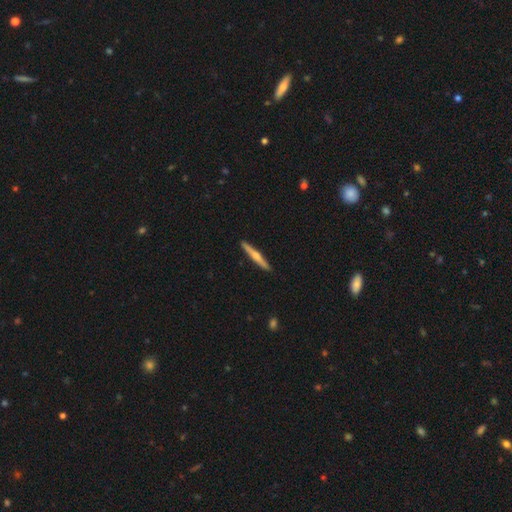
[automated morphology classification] The model was most divided on "smooth or featured": featured or disk: 55%, smooth: 40%, star or artifact: 5%. More confident: edge-on disk — yes (97%); merging — none (91%); edge-on bulge — rounded (79%).